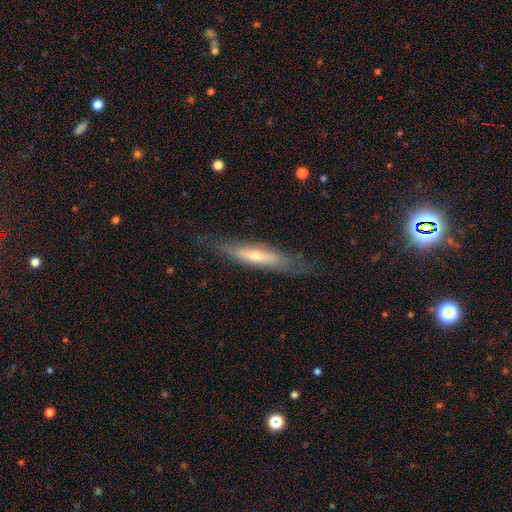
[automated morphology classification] Smooth or featured? Predicted: featured or disk (p=0.56). Edge-on disk? Predicted: yes (p=0.77). Merging? Predicted: none (p=0.77).